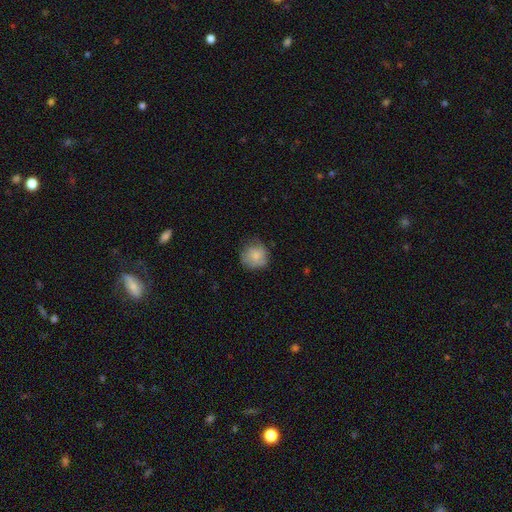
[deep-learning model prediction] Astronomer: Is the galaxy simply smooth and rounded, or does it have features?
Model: smooth — 76%.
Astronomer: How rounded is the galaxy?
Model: round — 88%.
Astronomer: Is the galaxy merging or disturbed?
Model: none — 66%.